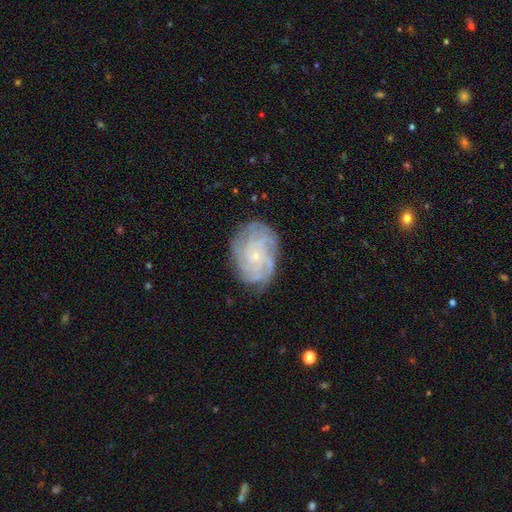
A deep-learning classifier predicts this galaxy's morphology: Smooth or featured?
  - featured or disk: 77% *
  - smooth: 14%
  - star or artifact: 9%
Edge-on disk?
  - no: 97% *
  - yes: 3%
Bar?
  - no: 79% *
  - weak: 17%
  - strong: 3%
Spiral arms?
  - yes: 95% *
  - no: 5%
Spiral winding?
  - tight: 71% *
  - medium: 23%
  - loose: 6%
Spiral arm count?
  - can't tell: 30% *
  - 4: 24%
  - more than 4: 22%
  - 3: 10%
  - 2: 7%
  - 1: 6%
Bulge size?
  - small: 81% *
  - moderate: 13%
  - none: 3%
  - large: 1%
  - dominant: 1%
Merging?
  - none: 80% *
  - minor disturbance: 14%
  - major disturbance: 4%
  - merger: 1%